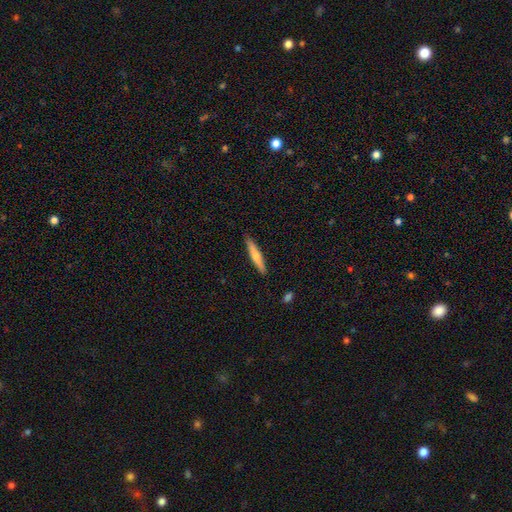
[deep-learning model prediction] smooth 48%, featured or disk 46%, star or artifact 6%. Down the decision tree: merging — none (91%).